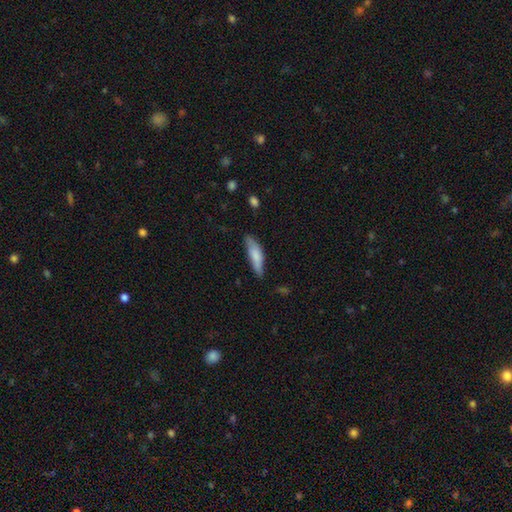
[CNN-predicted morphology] smooth_or_featured: smooth (p=0.75) [alt: featured or disk p=0.19]
how_rounded: cigar-shaped (p=0.59) [alt: in between p=0.39]
merging: none (p=0.65) [alt: minor disturbance p=0.27]